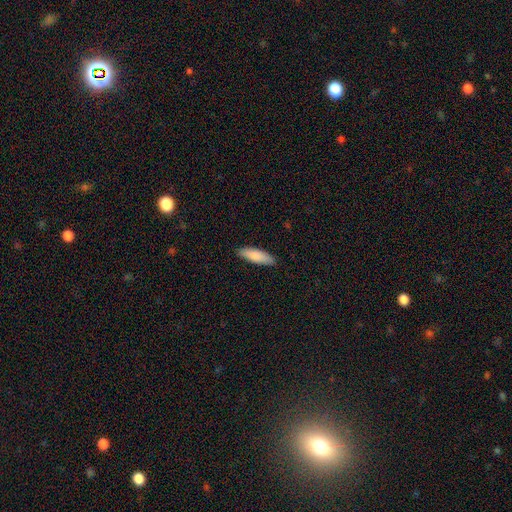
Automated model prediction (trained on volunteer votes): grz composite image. It shows a smooth galaxy with no disk features (86%) that is cigar-shaped (52%). Merging: none (88%).